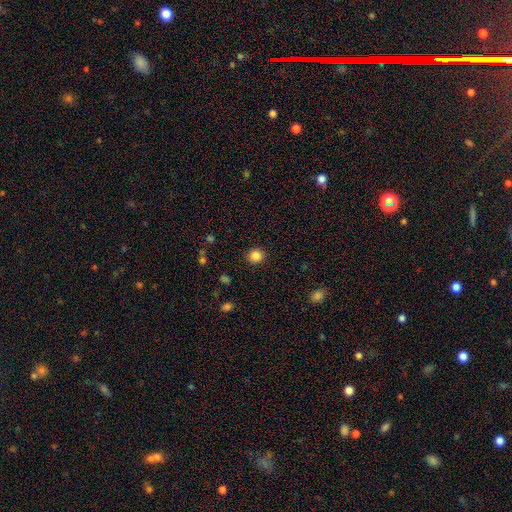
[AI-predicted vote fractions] Smooth or featured? Predicted: smooth (p=0.85). How rounded? Predicted: round (p=0.88). Merging? Predicted: none (p=0.91).